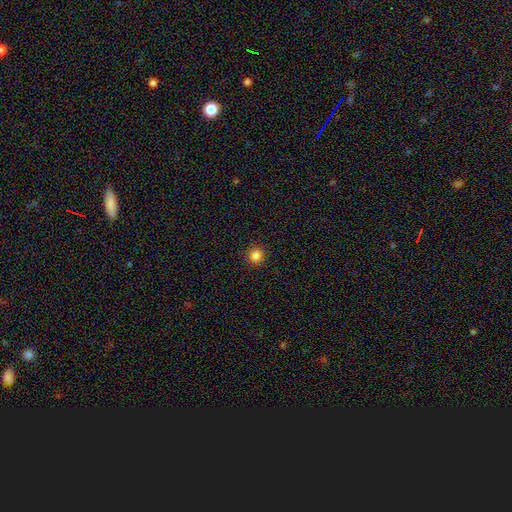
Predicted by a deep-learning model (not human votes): Smooth or featured? smooth (84%)
How rounded? round (95%)
Merging? none (93%)